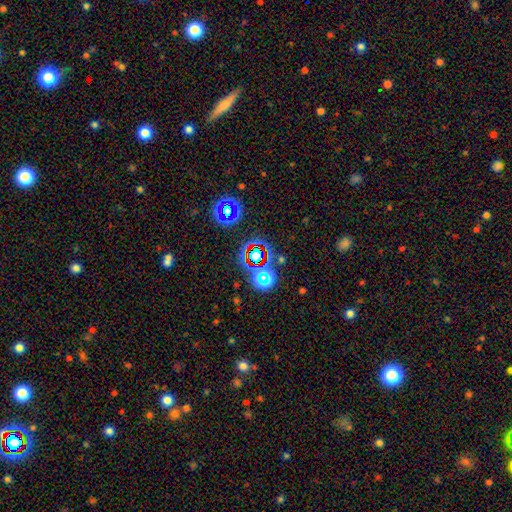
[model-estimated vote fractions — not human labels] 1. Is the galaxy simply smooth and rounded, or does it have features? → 61% star or artifact, 24% smooth, 15% featured or disk.